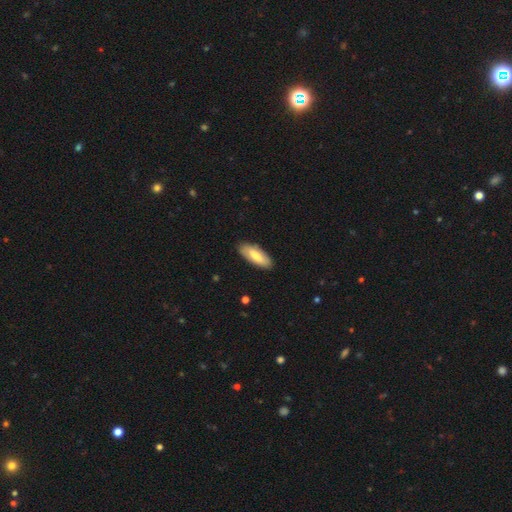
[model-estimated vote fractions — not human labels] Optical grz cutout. It shows a smooth galaxy with no disk features (73%) that is in between round and cigar-shaped (75%). Merging: none (87%).